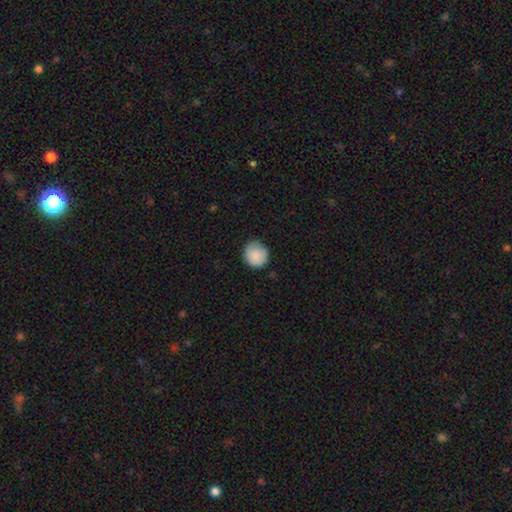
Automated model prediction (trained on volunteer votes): Overall: smooth (88%). How rounded: round (91%). Merging: none (79%).